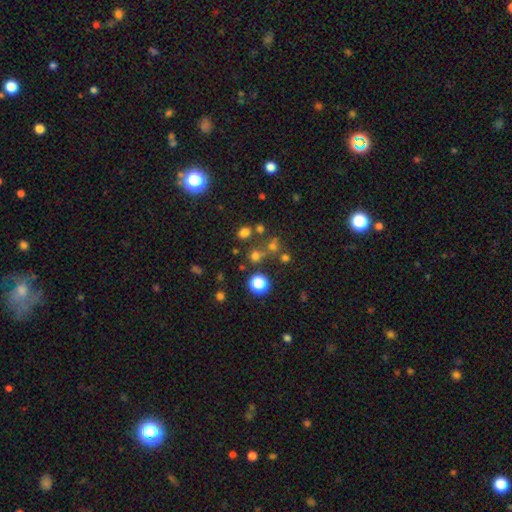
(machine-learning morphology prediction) A smooth galaxy with no disk features (61%) that is round (81%).

Vote fractions:
- Smooth or featured? smooth: 61% / star or artifact: 31% / featured or disk: 8%
- How rounded? round: 81% / in between: 17% / cigar-shaped: 1%
- Merging? none: 66% / merger: 19% / minor disturbance: 9% / major disturbance: 6%